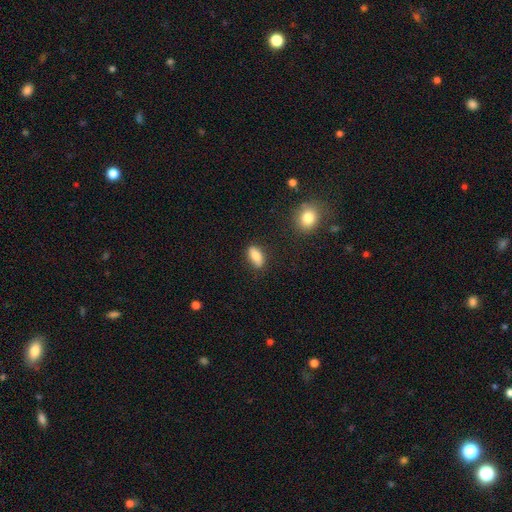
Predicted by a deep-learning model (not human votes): A smooth galaxy with no disk features (81%) that is in between round and cigar-shaped (86%).

Vote fractions:
- Smooth or featured? smooth: 81% / featured or disk: 11% / star or artifact: 8%
- How rounded? in between: 86% / cigar-shaped: 9% / round: 5%
- Merging? none: 82% / minor disturbance: 13% / major disturbance: 3% / merger: 2%